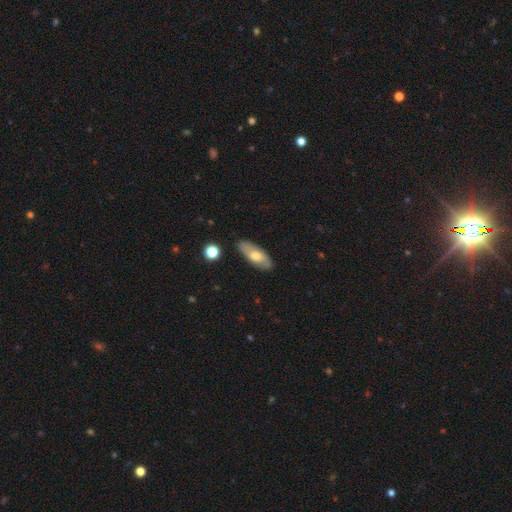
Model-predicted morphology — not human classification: smooth 55%, featured or disk 38%, star or artifact 6%. Down the decision tree: how rounded — in between (79%); merging — none (83%).